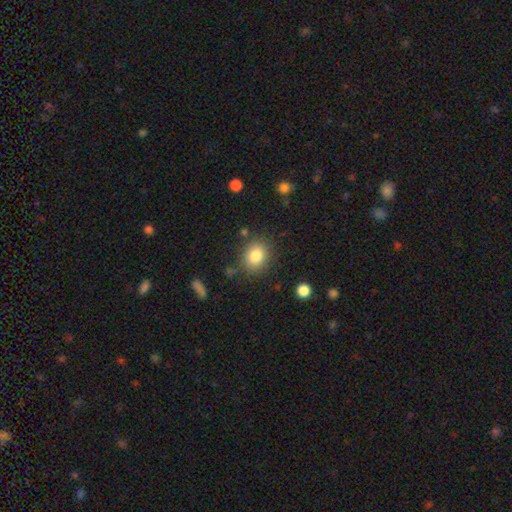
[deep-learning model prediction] smooth-or-featured: smooth: 83% | star or artifact: 10% | featured or disk: 7%
  how-rounded: round: 61% | in between: 38% | cigar-shaped: 1%
  merging: none: 82% | minor disturbance: 11% | major disturbance: 4% | merger: 3%